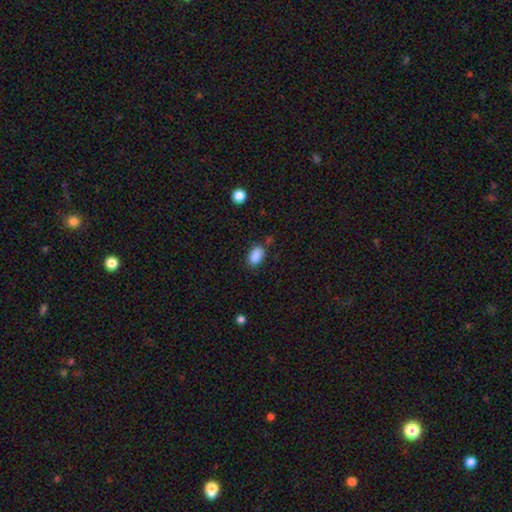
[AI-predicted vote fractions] Smooth or featured? Predicted: smooth (p=0.88). How rounded? Predicted: in between (p=0.90). Merging? Predicted: none (p=0.76).